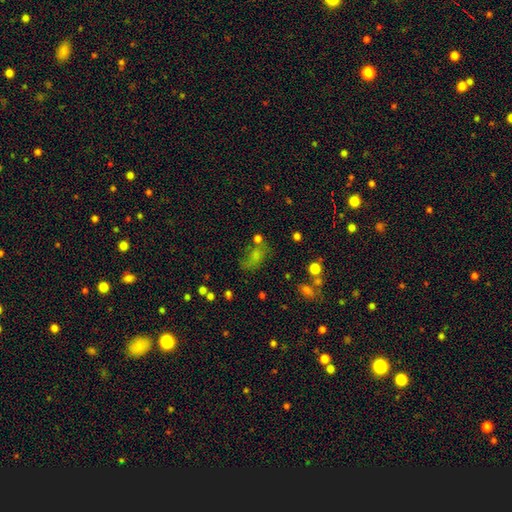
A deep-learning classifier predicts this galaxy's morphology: This is likely a smooth galaxy (60%). How rounded: likely in between (77%). Merging: marginally none (41%).